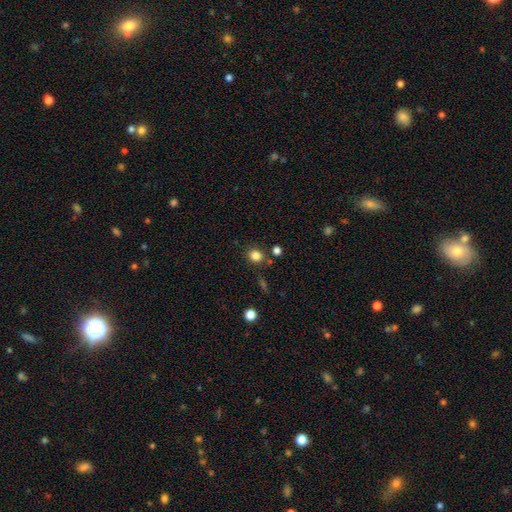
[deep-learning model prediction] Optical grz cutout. It shows a smooth galaxy with no disk features (83%) that is round (72%). Merging: none (81%).